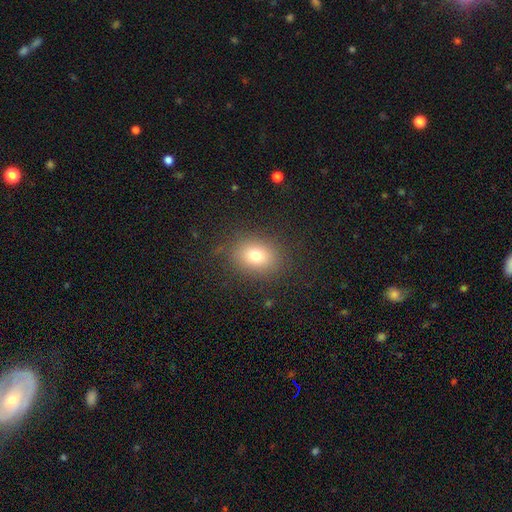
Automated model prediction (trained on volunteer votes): Smooth or featured? Predicted: smooth (p=0.76). How rounded? Predicted: in between (p=0.50). Merging? Predicted: none (p=0.84).